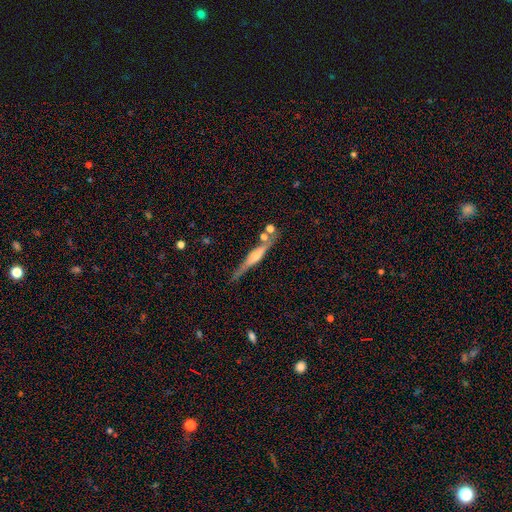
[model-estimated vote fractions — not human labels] A featured or disk galaxy (74%) viewed edge-on (97%) with a rounded central bulge (76%). Merging: none (79%).